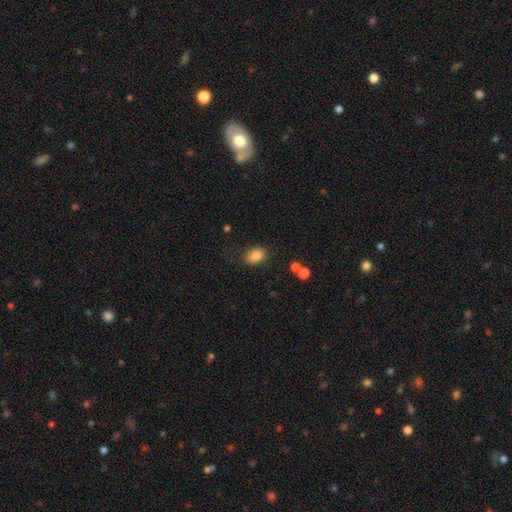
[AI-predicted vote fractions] Smooth or featured? smooth (84%)
How rounded? in between (75%)
Merging? none (82%)